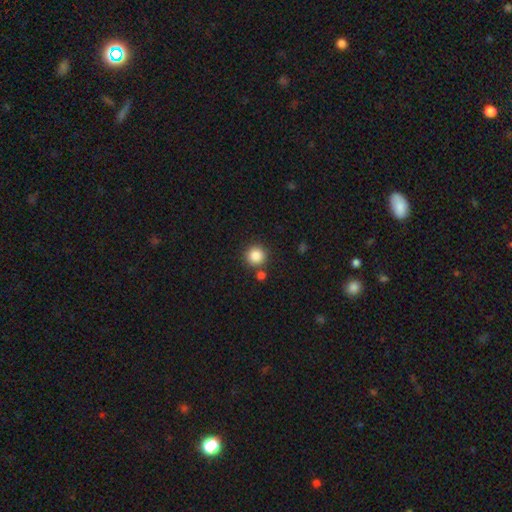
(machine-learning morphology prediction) smooth_or_featured: smooth (p=0.86) [alt: star or artifact p=0.10]
how_rounded: round (p=0.94) [alt: in between p=0.05]
merging: none (p=0.83) [alt: merger p=0.08]